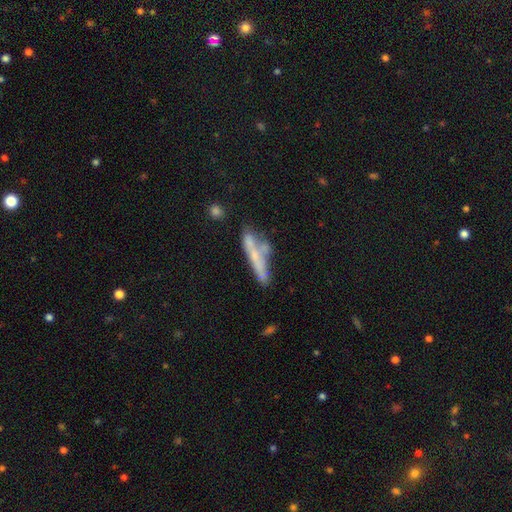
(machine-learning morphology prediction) Smooth or featured?
  - featured or disk: 49% *
  - smooth: 41%
  - star or artifact: 10%
Merging?
  - none: 41% *
  - merger: 26%
  - minor disturbance: 20%
  - major disturbance: 13%